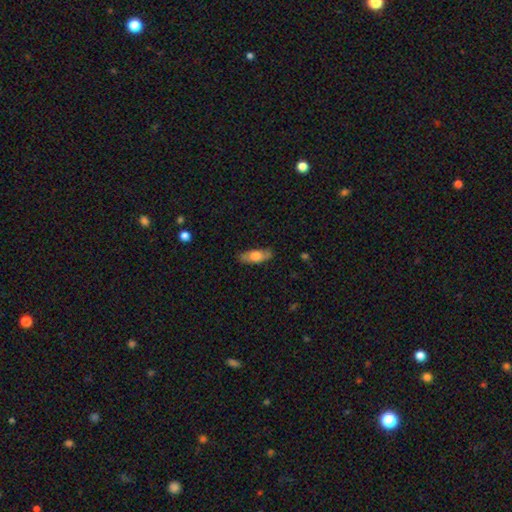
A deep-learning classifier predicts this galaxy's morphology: smooth_or_featured: smooth (p=0.65) [alt: featured or disk p=0.29]
how_rounded: in between (p=0.69) [alt: cigar-shaped p=0.28]
merging: none (p=0.83) [alt: minor disturbance p=0.13]